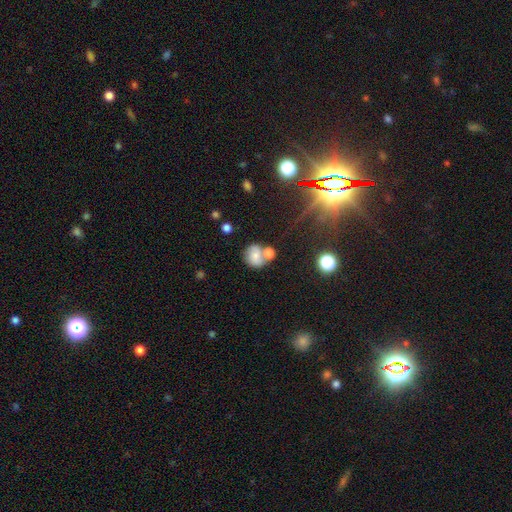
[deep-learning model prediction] This is likely a smooth galaxy (70%). How rounded: likely round (70%). Merging: marginally merger (41%, tied with none).